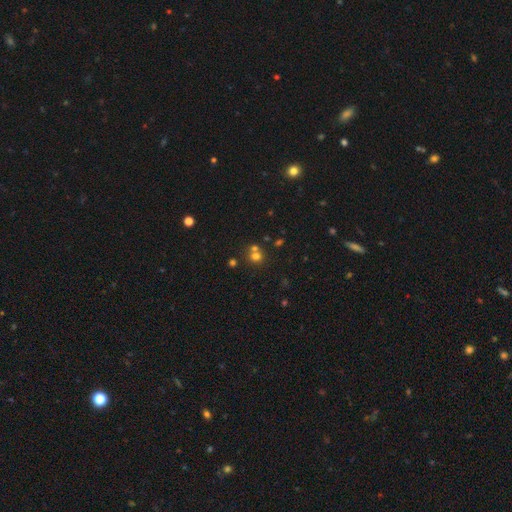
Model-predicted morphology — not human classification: This is likely a smooth galaxy (65%). How rounded: clearly round (86%). Merging: possibly none (55%).